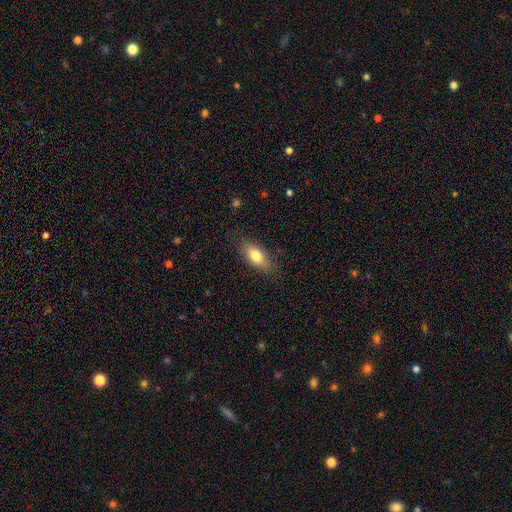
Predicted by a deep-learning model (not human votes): smooth_or_featured: smooth (p=0.78) [alt: featured or disk p=0.15]
how_rounded: in between (p=0.83) [alt: cigar-shaped p=0.12]
merging: none (p=0.83) [alt: minor disturbance p=0.13]